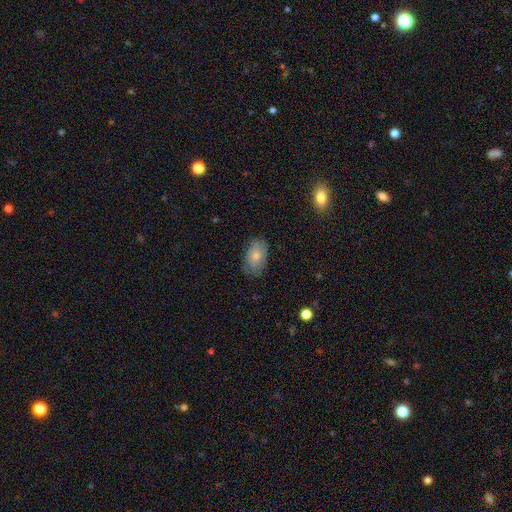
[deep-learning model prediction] Q: Smooth or featured?
A: smooth (72%); runner-up: featured or disk (21%)
Q: How rounded?
A: in between (90%); runner-up: round (8%)
Q: Merging?
A: none (71%); runner-up: minor disturbance (22%)